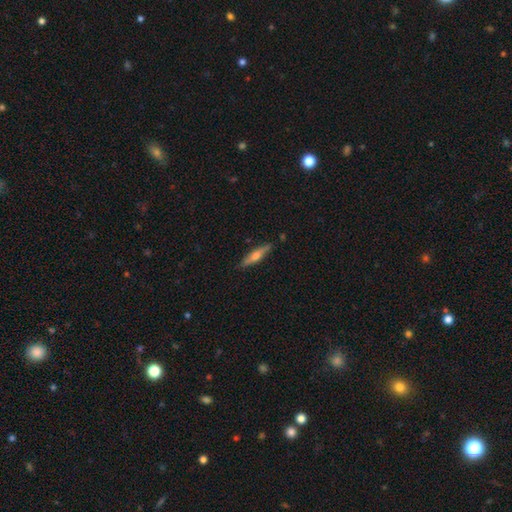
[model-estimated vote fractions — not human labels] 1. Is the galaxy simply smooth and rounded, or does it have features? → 58% featured or disk, 36% smooth, 6% star or artifact.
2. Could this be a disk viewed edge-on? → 95% yes, 5% no.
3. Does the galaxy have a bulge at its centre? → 82% rounded, 10% boxy, 8% none.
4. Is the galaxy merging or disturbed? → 87% none, 10% minor disturbance, 2% major disturbance, 1% merger.